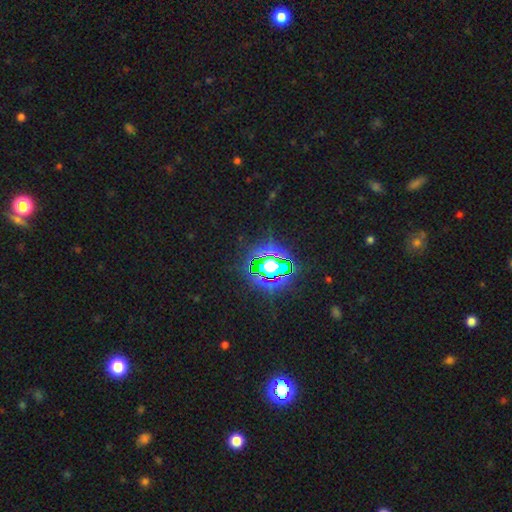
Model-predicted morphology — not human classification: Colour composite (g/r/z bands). It shows a star or artifact, not a galaxy (79%).